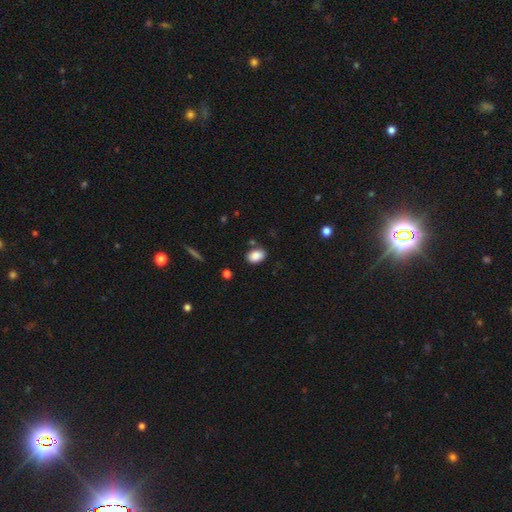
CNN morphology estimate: Overall: smooth (88%). How rounded: in between (85%). Merging: none (81%).